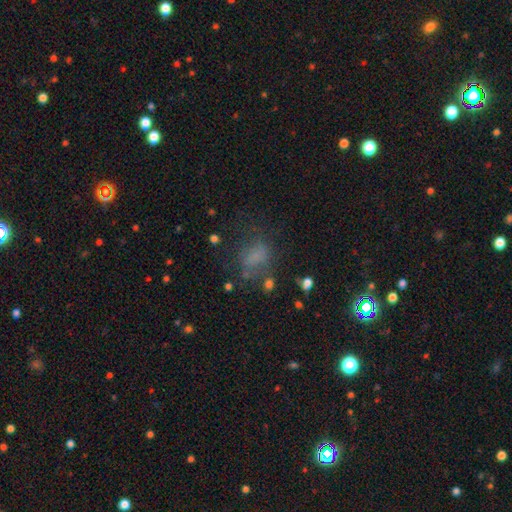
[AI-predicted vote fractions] The model was most divided on "merging": none: 49%, major disturbance: 24%, minor disturbance: 22%, merger: 5%. More confident: how rounded — in between (62%); smooth or featured — smooth (62%).